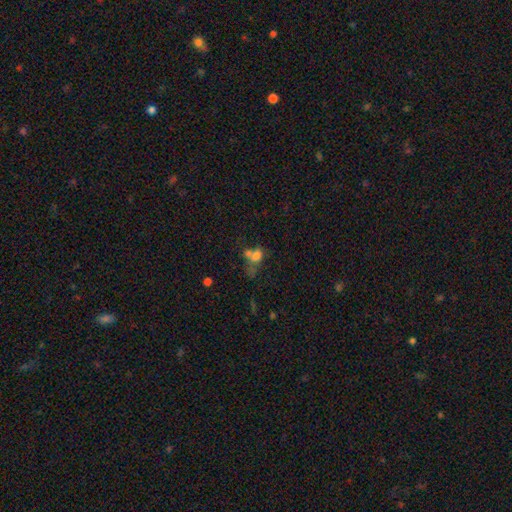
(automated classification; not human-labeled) smooth 66%, featured or disk 18%, star or artifact 16%. Down the decision tree: how rounded — in between (52%); merging — merger (51%).